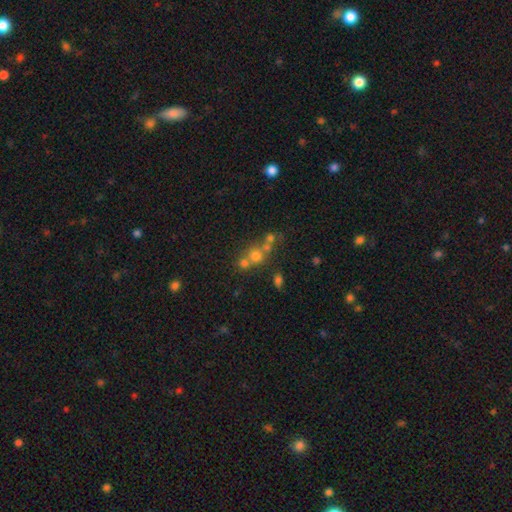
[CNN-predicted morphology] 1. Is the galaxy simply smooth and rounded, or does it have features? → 61% smooth, 20% star or artifact, 19% featured or disk.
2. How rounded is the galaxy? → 83% round, 15% in between, 1% cigar-shaped.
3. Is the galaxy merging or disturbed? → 45% merger, 42% none, 8% minor disturbance, 5% major disturbance.